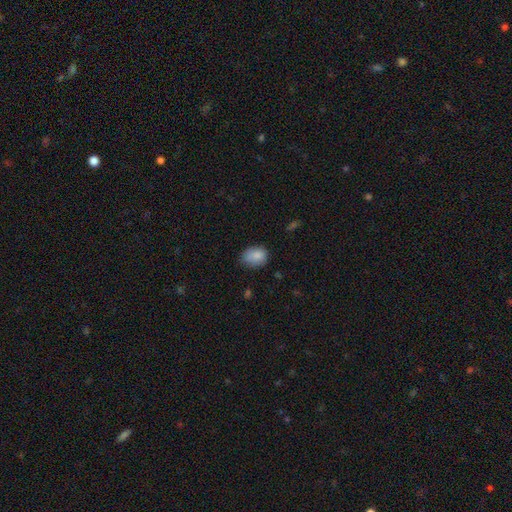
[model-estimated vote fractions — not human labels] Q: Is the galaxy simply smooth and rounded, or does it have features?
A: smooth — 86%.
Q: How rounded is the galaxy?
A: in between — 65%.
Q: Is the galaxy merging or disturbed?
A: none — 65%.